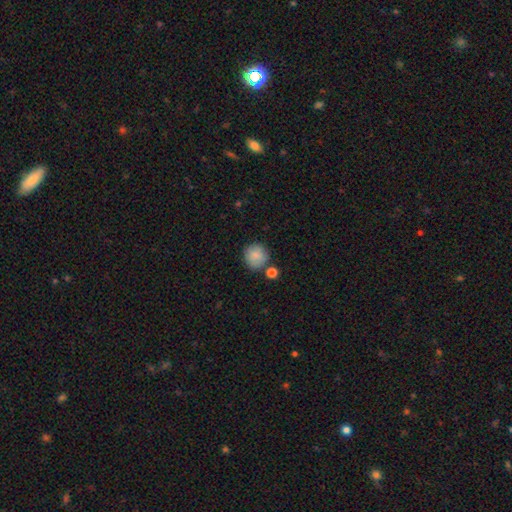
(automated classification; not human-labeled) The model was most divided on "merging": none: 75%, minor disturbance: 12%, merger: 10%, major disturbance: 3%. More confident: how rounded — round (90%); smooth or featured — smooth (86%).